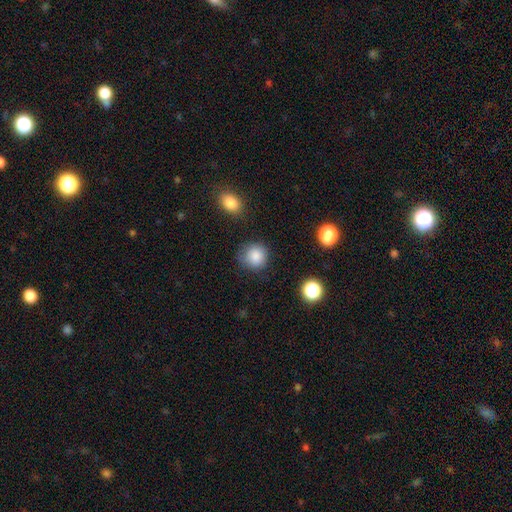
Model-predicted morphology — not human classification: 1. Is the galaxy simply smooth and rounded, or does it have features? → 86% smooth, 9% star or artifact, 5% featured or disk.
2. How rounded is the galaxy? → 88% round, 11% in between, 1% cigar-shaped.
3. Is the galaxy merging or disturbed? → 78% none, 16% minor disturbance, 4% major disturbance, 2% merger.